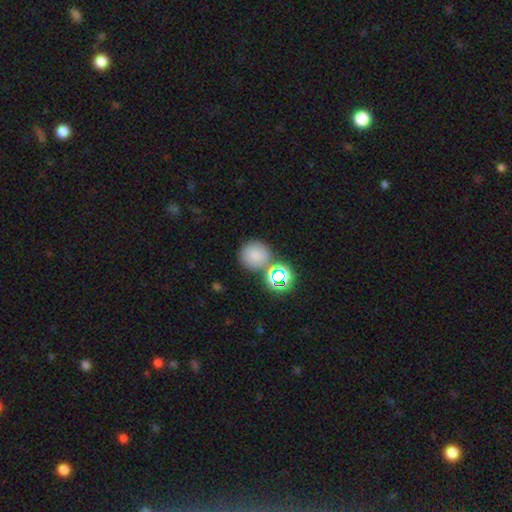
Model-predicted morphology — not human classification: This appears to be a smooth galaxy with no disk features (74%) that is round (89%). Merging: none (69%).